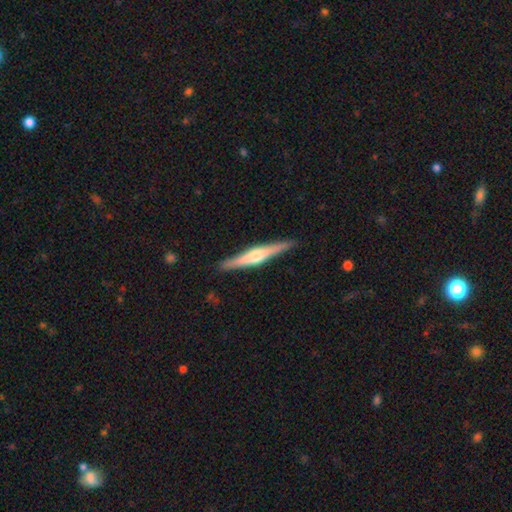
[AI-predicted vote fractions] This appears to be a featured or disk galaxy (70%) viewed edge-on (98%) with a rounded central bulge (84%). Merging: none (90%).